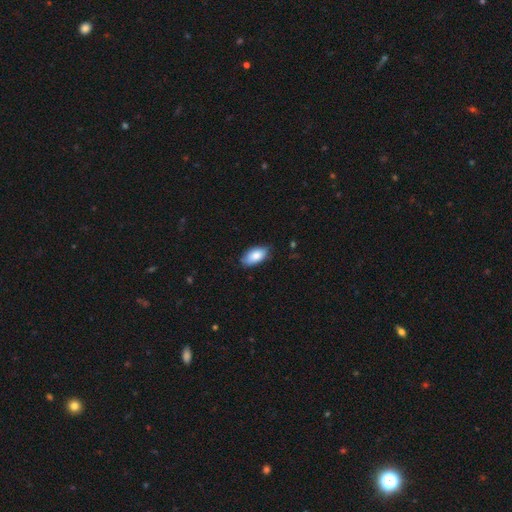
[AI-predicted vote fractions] Q: Smooth or featured?
A: smooth (84%); runner-up: featured or disk (10%)
Q: How rounded?
A: in between (93%); runner-up: cigar-shaped (4%)
Q: Merging?
A: none (76%); runner-up: minor disturbance (20%)